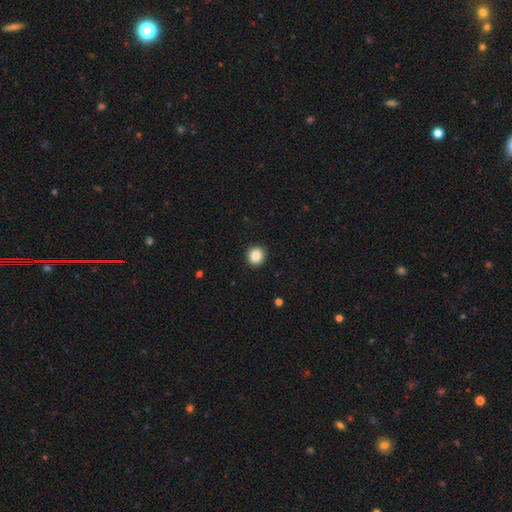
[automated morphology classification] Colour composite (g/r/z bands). It shows a smooth galaxy with no disk features (86%) that is round (91%). Merging: none (92%).